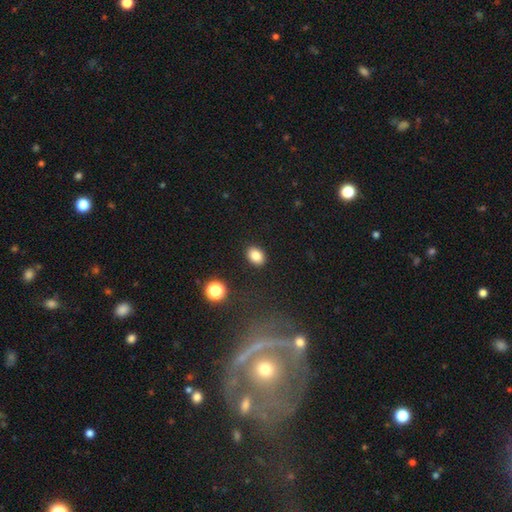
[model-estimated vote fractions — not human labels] Smooth or featured? smooth (84%)
How rounded? in between (75%)
Merging? none (89%)